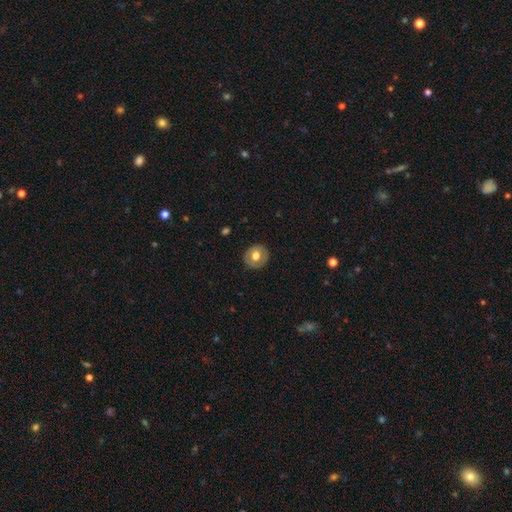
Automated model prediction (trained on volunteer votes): smooth-or-featured: smooth: 60% | featured or disk: 34% | star or artifact: 7%
  how-rounded: round: 85% | in between: 15% | cigar-shaped: 1%
  merging: none: 87% | minor disturbance: 10% | major disturbance: 3% | merger: 1%